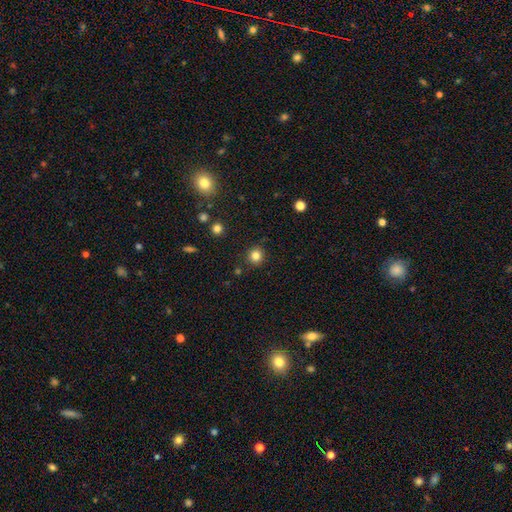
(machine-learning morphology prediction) A smooth galaxy with no disk features (82%) that is round (92%). Merging: none (90%).